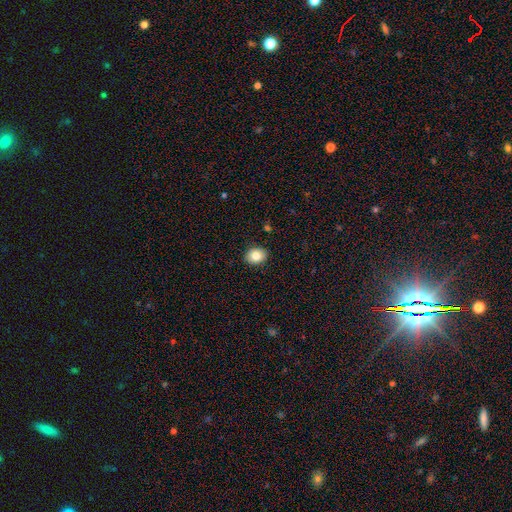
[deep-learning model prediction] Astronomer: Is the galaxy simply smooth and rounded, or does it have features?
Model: smooth — 83%.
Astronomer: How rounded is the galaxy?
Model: round — 52% (runner-up: in between, 47%).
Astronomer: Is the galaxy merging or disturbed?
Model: none — 90%.